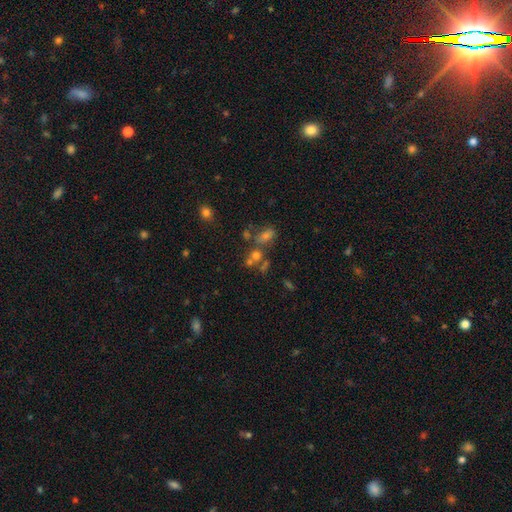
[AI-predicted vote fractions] Smooth or featured? Predicted: smooth (p=0.49). Merging? Predicted: none (p=0.43).